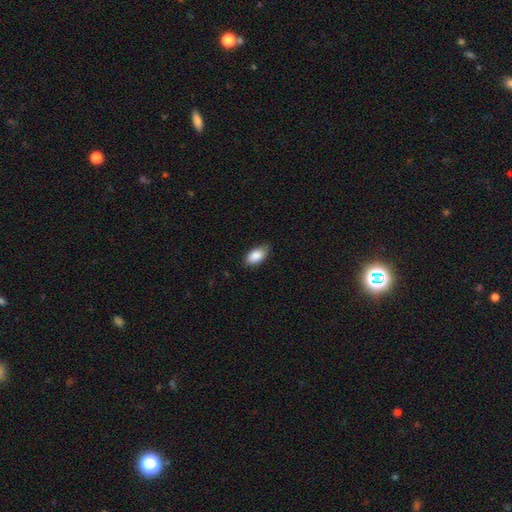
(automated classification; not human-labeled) This appears to be a smooth galaxy with no disk features (87%) that is in between round and cigar-shaped (93%). Merging: none (78%).